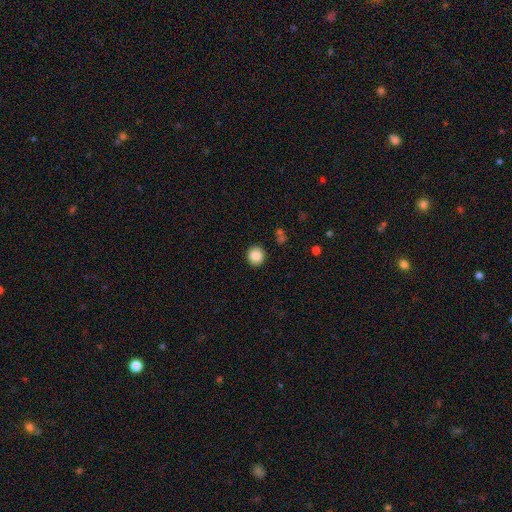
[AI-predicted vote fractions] A smooth galaxy with no disk features (87%) that is round (89%).

Vote fractions:
- Smooth or featured? smooth: 87% / star or artifact: 9% / featured or disk: 4%
- How rounded? round: 89% / in between: 10% / cigar-shaped: 1%
- Merging? none: 90% / minor disturbance: 6% / major disturbance: 2% / merger: 2%